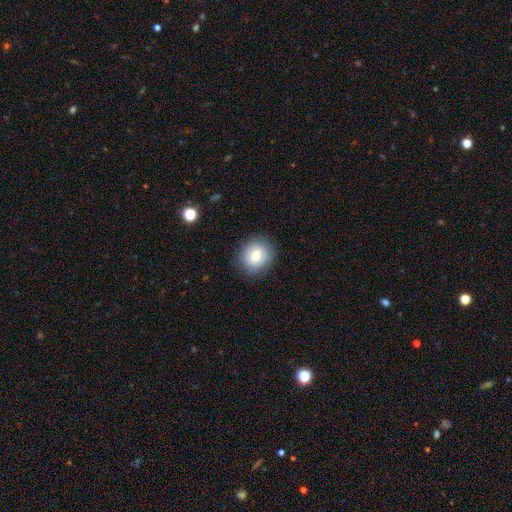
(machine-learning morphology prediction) A smooth galaxy with no disk features (74%) that is round (81%). Merging: none (87%).